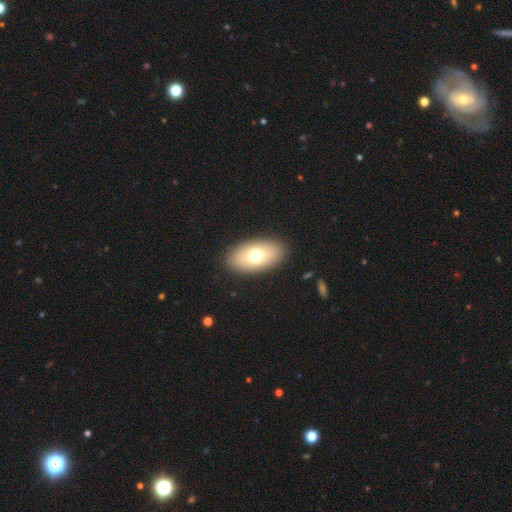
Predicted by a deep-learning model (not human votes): smooth_or_featured: smooth (p=0.70) [alt: featured or disk p=0.22]
how_rounded: in between (p=0.92) [alt: round p=0.06]
merging: none (p=0.89) [alt: minor disturbance p=0.07]